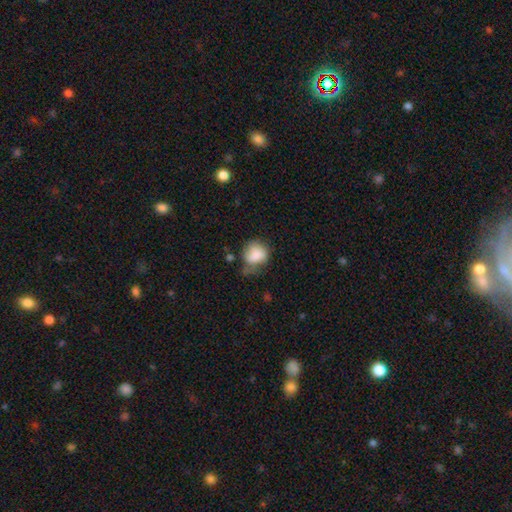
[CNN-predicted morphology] Smooth or featured?
  - smooth: 79% *
  - featured or disk: 13%
  - star or artifact: 8%
How rounded?
  - round: 66% *
  - in between: 33%
  - cigar-shaped: 1%
Merging?
  - none: 39% *
  - minor disturbance: 37%
  - major disturbance: 19%
  - merger: 5%